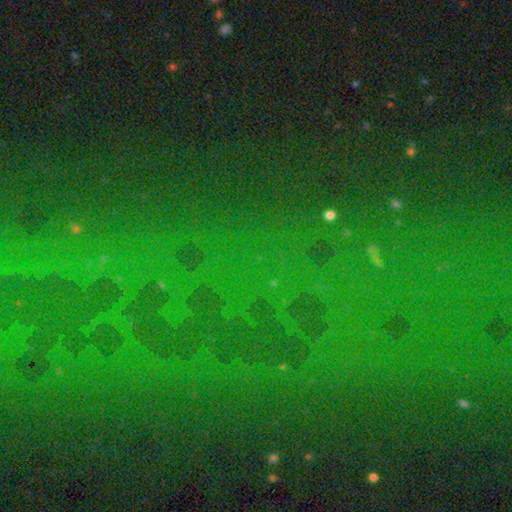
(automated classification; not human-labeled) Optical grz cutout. It shows a star or artifact, not a galaxy (79%).